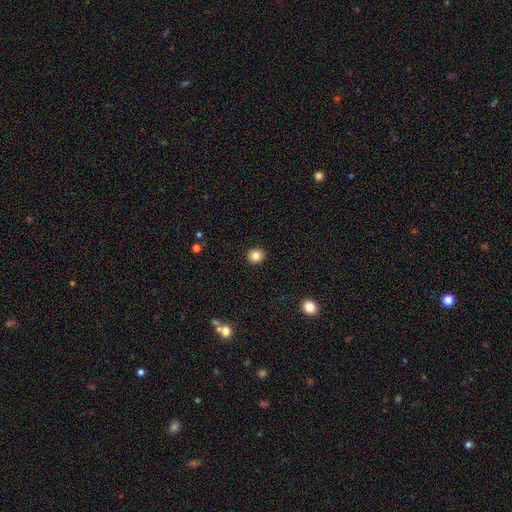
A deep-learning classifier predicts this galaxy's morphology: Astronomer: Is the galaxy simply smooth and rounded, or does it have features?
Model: smooth — 84%.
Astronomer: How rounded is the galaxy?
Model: round — 84%.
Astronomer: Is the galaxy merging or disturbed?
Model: none — 92%.